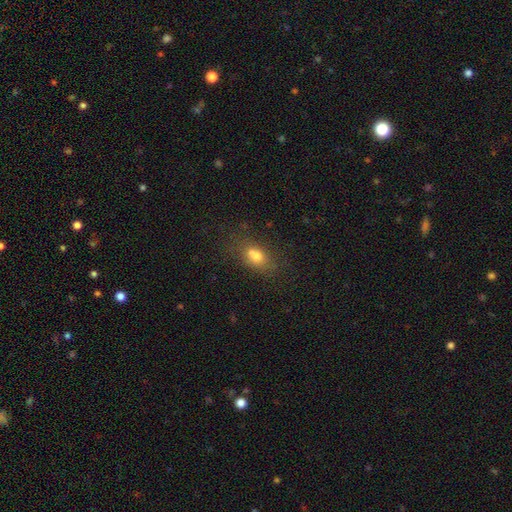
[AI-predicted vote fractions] Smooth or featured: smooth — 70% (star or artifact — 16%)
How rounded: in between — 74% (round — 21%)
Merging: none — 57% (merger — 19%)